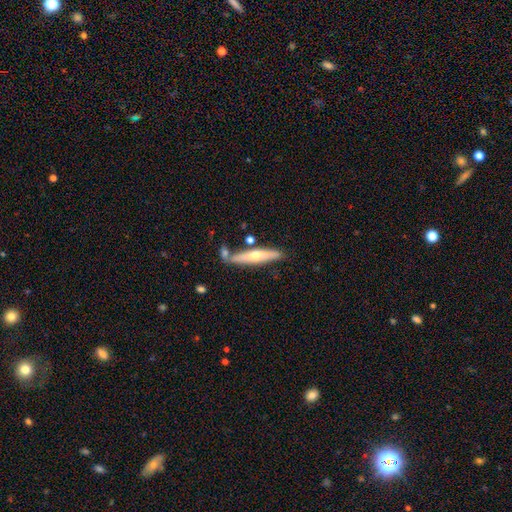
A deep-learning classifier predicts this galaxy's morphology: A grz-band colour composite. It shows a featured or disk galaxy (48%). Merging: none (74%).